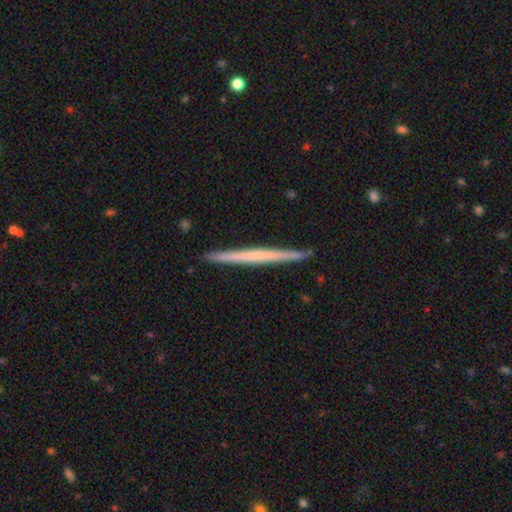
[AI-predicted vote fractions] Smooth or featured? Predicted: featured or disk (p=0.56). Edge-on disk? Predicted: yes (p=0.98). Edge-on bulge? Predicted: none (p=0.83). Merging? Predicted: none (p=0.92).